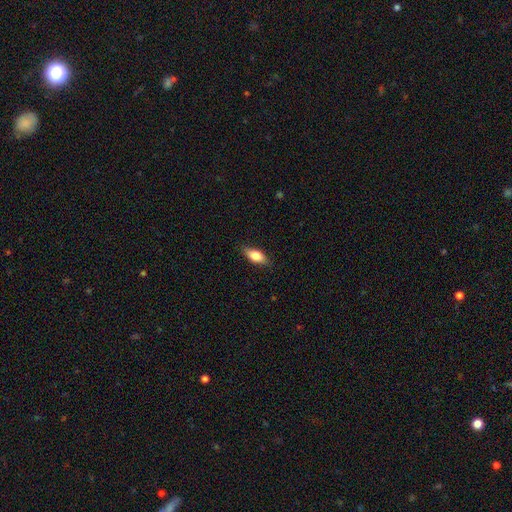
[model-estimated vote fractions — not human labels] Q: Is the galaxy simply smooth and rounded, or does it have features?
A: smooth — 76%.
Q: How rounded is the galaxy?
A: in between — 83%.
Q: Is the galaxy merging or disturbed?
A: none — 84%.